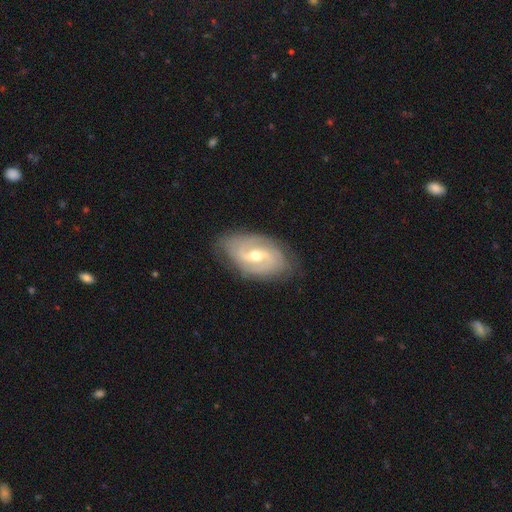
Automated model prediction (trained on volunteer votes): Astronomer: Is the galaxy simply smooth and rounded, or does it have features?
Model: featured or disk — 83%.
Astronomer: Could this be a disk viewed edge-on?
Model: no — 95%.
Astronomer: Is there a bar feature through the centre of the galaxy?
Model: weak — 51% (runner-up: no, 30%).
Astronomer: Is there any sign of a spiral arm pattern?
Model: yes — 92%.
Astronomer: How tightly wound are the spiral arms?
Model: tight — 51% (runner-up: medium, 36%).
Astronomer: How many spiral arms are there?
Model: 2 — 57%.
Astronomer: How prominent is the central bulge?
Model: moderate — 67%.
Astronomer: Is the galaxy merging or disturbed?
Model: none — 79%.